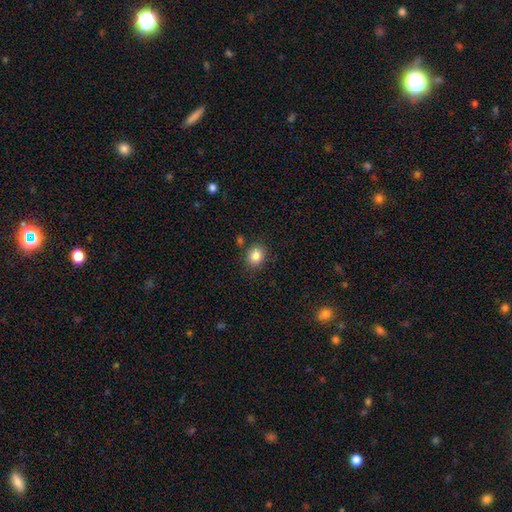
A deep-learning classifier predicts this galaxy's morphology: A smooth galaxy with no disk features (84%) that is round (59%).

Vote fractions:
- Smooth or featured? smooth: 84% / star or artifact: 10% / featured or disk: 6%
- How rounded? round: 59% / in between: 40% / cigar-shaped: 1%
- Merging? none: 82% / minor disturbance: 10% / merger: 4% / major disturbance: 3%